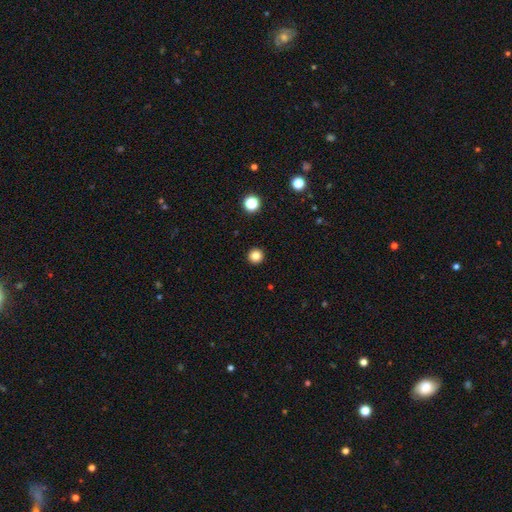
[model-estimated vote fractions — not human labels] This appears to be a smooth galaxy with no disk features (84%) that is round (96%). Merging: none (94%).